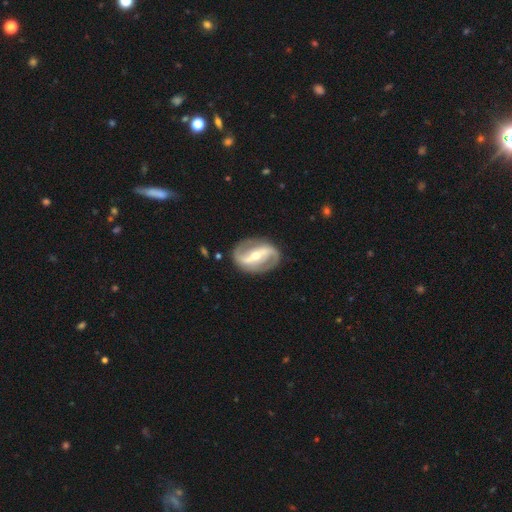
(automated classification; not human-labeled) Smooth or featured? Predicted: featured or disk (p=0.88). Edge-on disk? Predicted: no (p=0.96). Bar? Predicted: strong (p=0.63). Spiral arms? Predicted: yes (p=0.92). Spiral winding? Predicted: medium (p=0.43). Spiral arm count? Predicted: 2 (p=0.92). Bulge size? Predicted: moderate (p=0.52). Merging? Predicted: none (p=0.85).